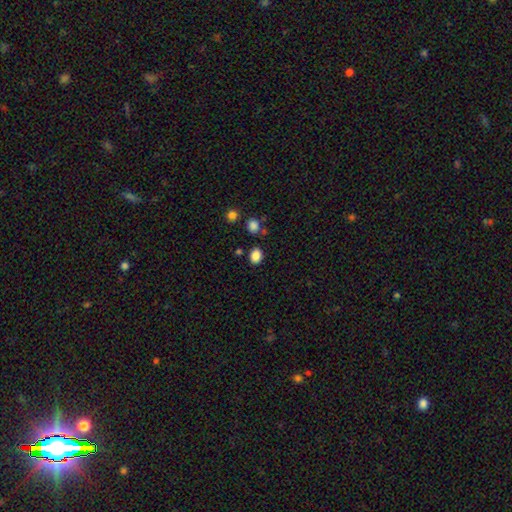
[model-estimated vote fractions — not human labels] smooth-or-featured: smooth: 86% | star or artifact: 11% | featured or disk: 4%
  how-rounded: in between: 59% | round: 40% | cigar-shaped: 1%
  merging: none: 82% | minor disturbance: 10% | merger: 5% | major disturbance: 3%